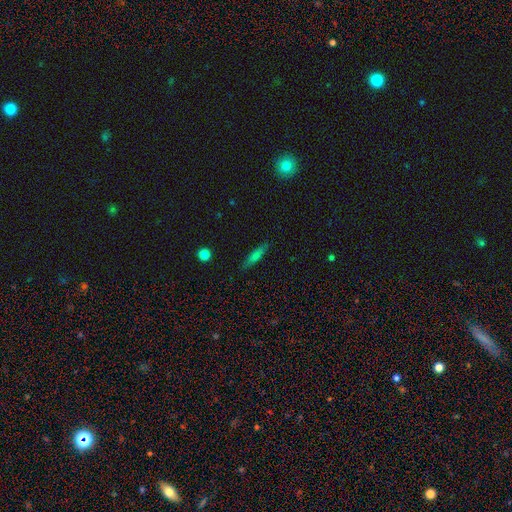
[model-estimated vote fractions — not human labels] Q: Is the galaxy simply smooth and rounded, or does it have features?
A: smooth — 64%.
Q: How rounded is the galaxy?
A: cigar-shaped — 81%.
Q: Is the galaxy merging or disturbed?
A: none — 86%.